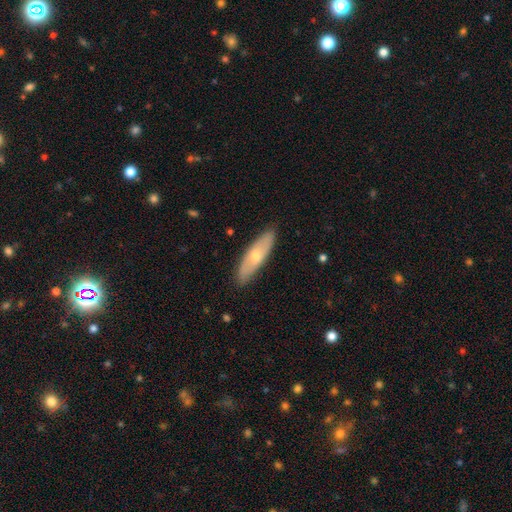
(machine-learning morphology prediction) Smooth or featured? Predicted: smooth (p=0.53). How rounded? Predicted: cigar-shaped (p=0.56). Merging? Predicted: none (p=0.86).